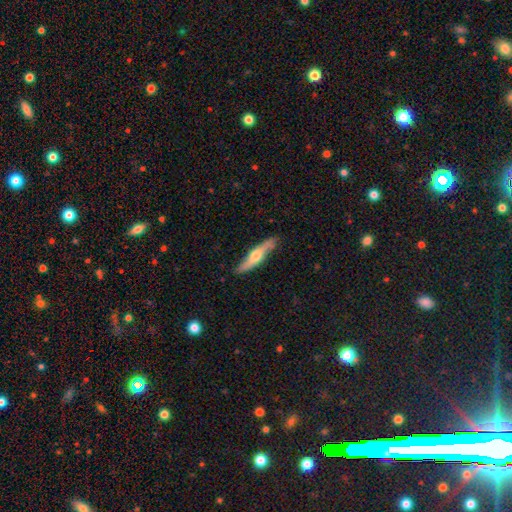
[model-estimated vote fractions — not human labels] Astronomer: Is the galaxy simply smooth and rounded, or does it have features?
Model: featured or disk — 55% (runner-up: smooth, 40%).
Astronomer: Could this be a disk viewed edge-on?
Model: yes — 85%.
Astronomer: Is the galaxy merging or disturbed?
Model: none — 83%.